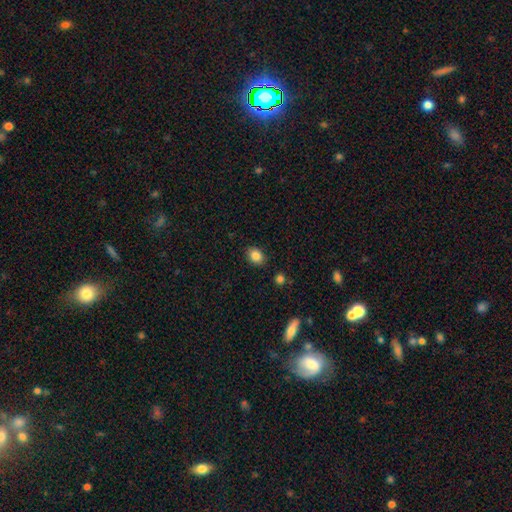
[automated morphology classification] Smooth or featured? Predicted: smooth (p=0.85). How rounded? Predicted: in between (p=0.60). Merging? Predicted: none (p=0.88).